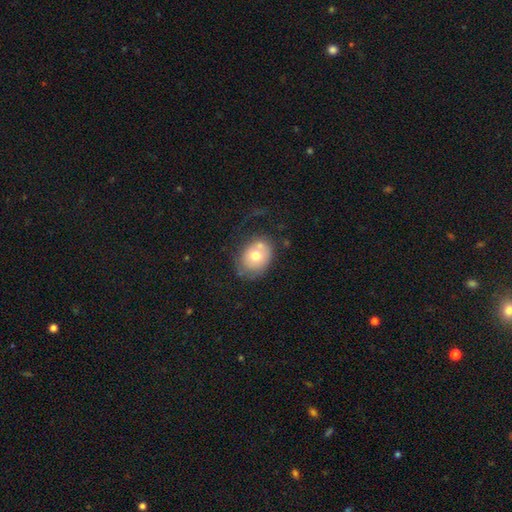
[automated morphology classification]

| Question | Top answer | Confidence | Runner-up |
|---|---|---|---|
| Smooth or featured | smooth | 64% | featured or disk (28%) |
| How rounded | in between | 56% | round (44%) |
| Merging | none | 48% | minor disturbance (24%) |